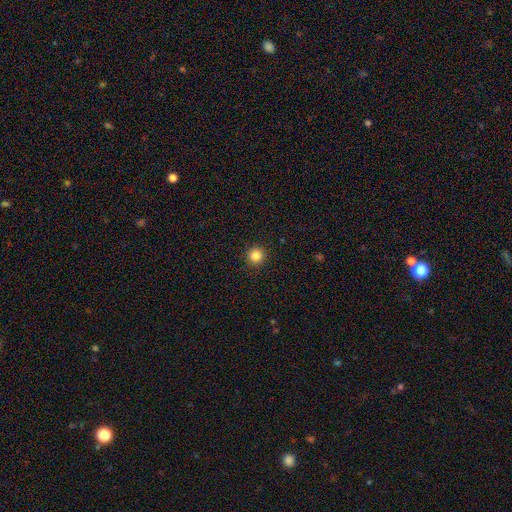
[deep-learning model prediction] Morphology: type=smooth (85%); roundness=round (95%); merging=none (93%).